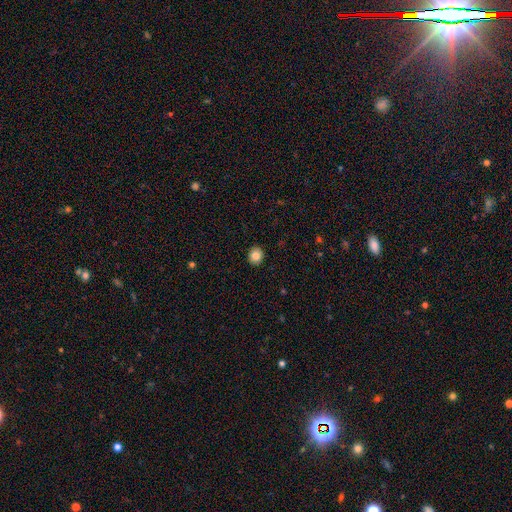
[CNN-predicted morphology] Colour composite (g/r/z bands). It shows a smooth galaxy with no disk features (83%) that is round (80%). Merging: none (92%).